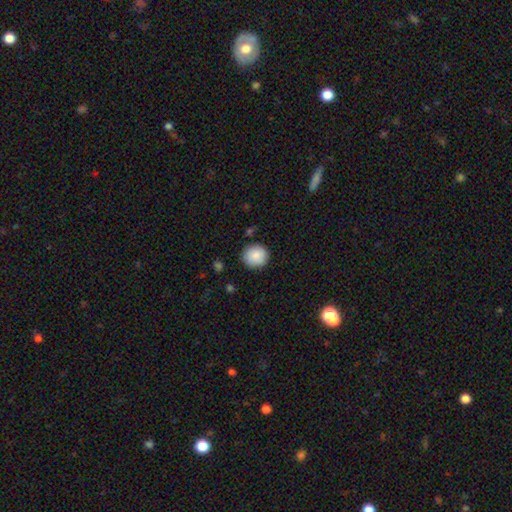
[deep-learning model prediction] Smooth or featured? smooth (88%)
How rounded? round (90%)
Merging? none (87%)